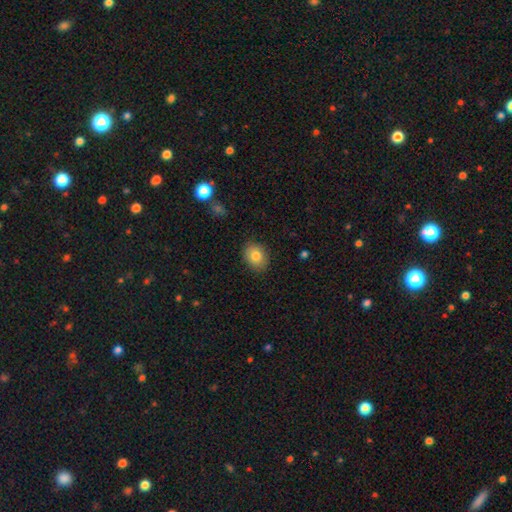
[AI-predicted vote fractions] smooth_or_featured: smooth (p=0.82) [alt: featured or disk p=0.10]
how_rounded: in between (p=0.56) [alt: round p=0.43]
merging: none (p=0.87) [alt: minor disturbance p=0.10]